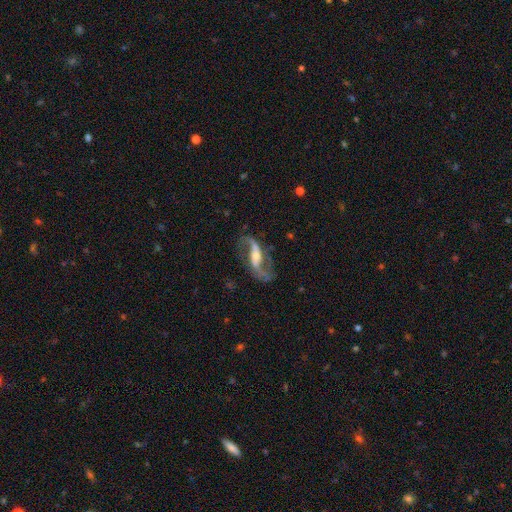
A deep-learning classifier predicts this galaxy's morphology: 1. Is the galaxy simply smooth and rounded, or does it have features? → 88% featured or disk, 6% smooth, 5% star or artifact.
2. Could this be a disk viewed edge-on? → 93% no, 7% yes.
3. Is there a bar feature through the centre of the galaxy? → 43% strong, 36% weak, 21% no.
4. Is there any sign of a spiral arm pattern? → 95% yes, 5% no.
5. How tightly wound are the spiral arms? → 66% loose, 27% medium, 6% tight.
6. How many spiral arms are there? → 92% 2, 2% 1, 2% can't tell, 1% 3, 1% 4, 1% more than 4.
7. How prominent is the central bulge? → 49% moderate, 37% small, 8% large, 5% none, 1% dominant.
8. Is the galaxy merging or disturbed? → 73% none, 14% minor disturbance, 11% major disturbance, 2% merger.